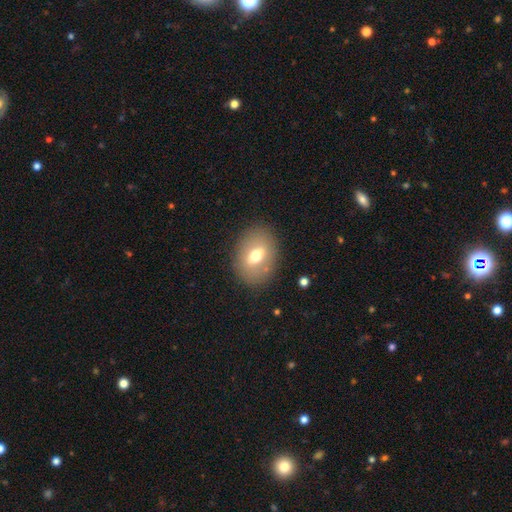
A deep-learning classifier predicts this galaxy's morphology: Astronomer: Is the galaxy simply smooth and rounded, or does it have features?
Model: smooth — 62%.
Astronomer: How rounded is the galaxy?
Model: in between — 68%.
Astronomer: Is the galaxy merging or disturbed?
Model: none — 84%.